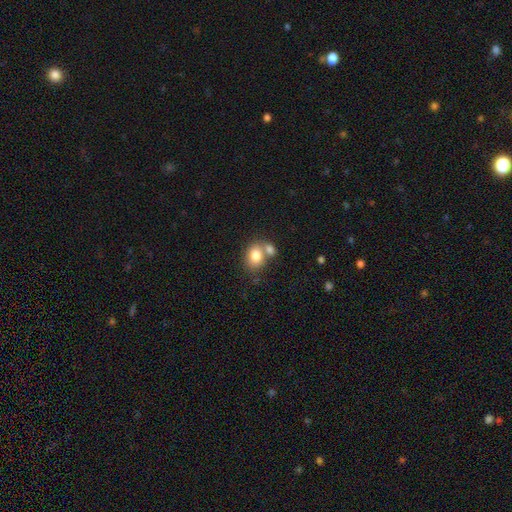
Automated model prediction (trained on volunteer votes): A smooth galaxy with no disk features (80%) that is in between round and cigar-shaped (58%).

Vote fractions:
- Smooth or featured? smooth: 80% / featured or disk: 11% / star or artifact: 9%
- How rounded? in between: 58% / round: 41% / cigar-shaped: 1%
- Merging? none: 43% / merger: 42% / minor disturbance: 11% / major disturbance: 4%